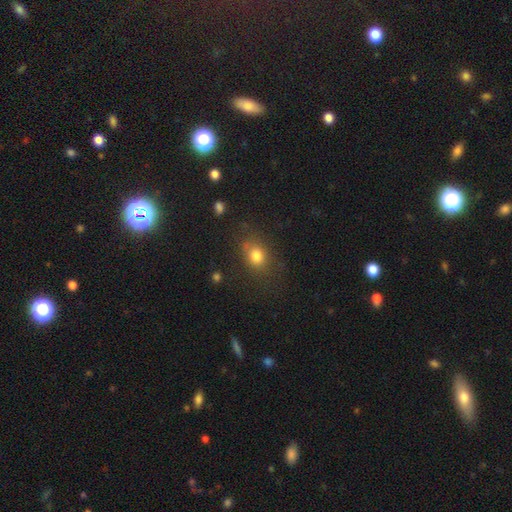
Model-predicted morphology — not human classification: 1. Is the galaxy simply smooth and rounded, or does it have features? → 79% smooth, 12% star or artifact, 9% featured or disk.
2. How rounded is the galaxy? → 50% in between, 49% round, 2% cigar-shaped.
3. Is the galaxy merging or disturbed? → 71% none, 18% minor disturbance, 8% major disturbance, 3% merger.